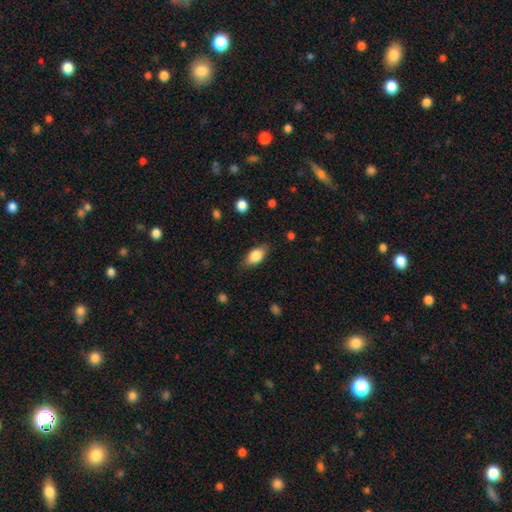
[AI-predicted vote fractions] This appears to be a smooth galaxy with no disk features (82%) that is in between round and cigar-shaped (89%). Merging: none (81%).